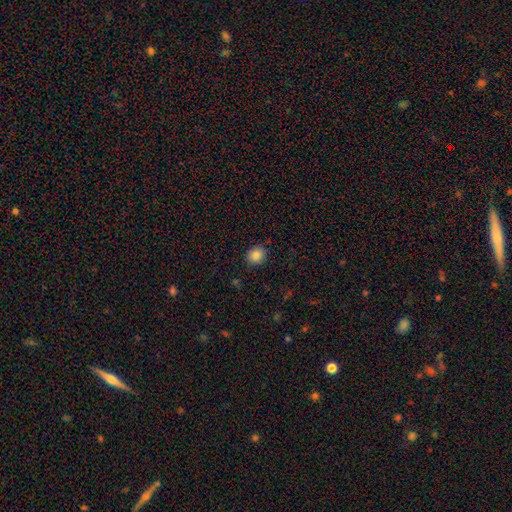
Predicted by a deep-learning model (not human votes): smooth-or-featured: smooth: 85% | star or artifact: 10% | featured or disk: 5%
  how-rounded: round: 80% | in between: 19% | cigar-shaped: 1%
  merging: none: 87% | minor disturbance: 10% | major disturbance: 2% | merger: 1%